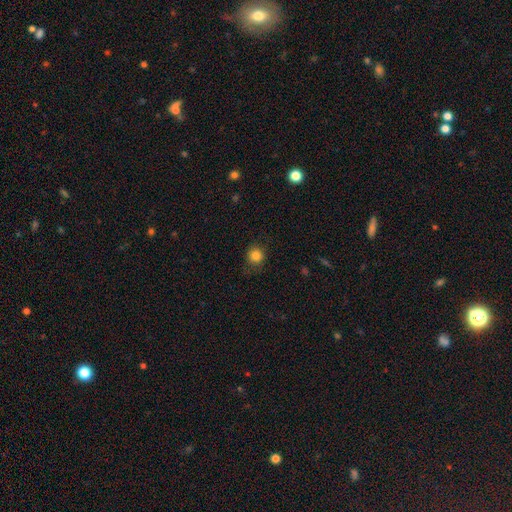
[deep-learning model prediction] Overall: smooth (83%). How rounded: round (90%). Merging: none (83%).